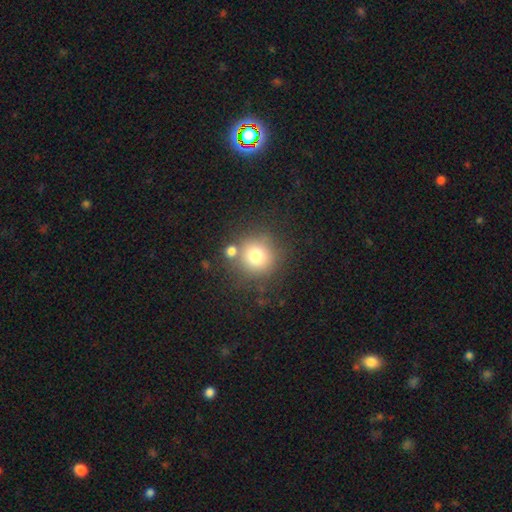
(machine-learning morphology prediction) A smooth galaxy with no disk features (75%) that is round (93%).

Vote fractions:
- Smooth or featured? smooth: 75% / star or artifact: 14% / featured or disk: 12%
- How rounded? round: 93% / in between: 6% / cigar-shaped: 1%
- Merging? none: 72% / merger: 13% / minor disturbance: 10% / major disturbance: 5%